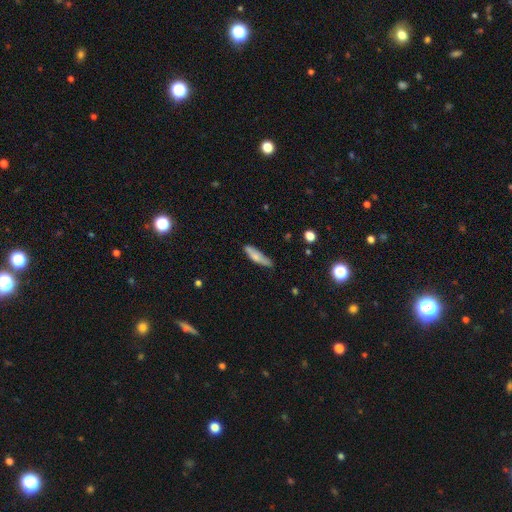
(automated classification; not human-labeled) smooth_or_featured: smooth (p=0.72) [alt: featured or disk p=0.22]
how_rounded: cigar-shaped (p=0.75) [alt: in between p=0.23]
merging: none (p=0.73) [alt: minor disturbance p=0.21]